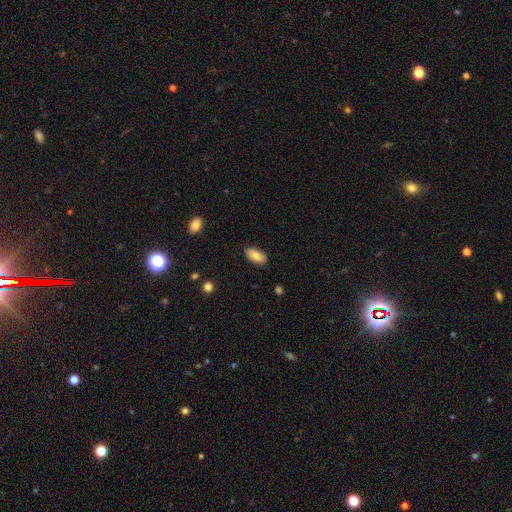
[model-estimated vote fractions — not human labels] smooth 82%, featured or disk 11%, star or artifact 7%. Down the decision tree: how rounded — in between (93%); merging — none (85%).